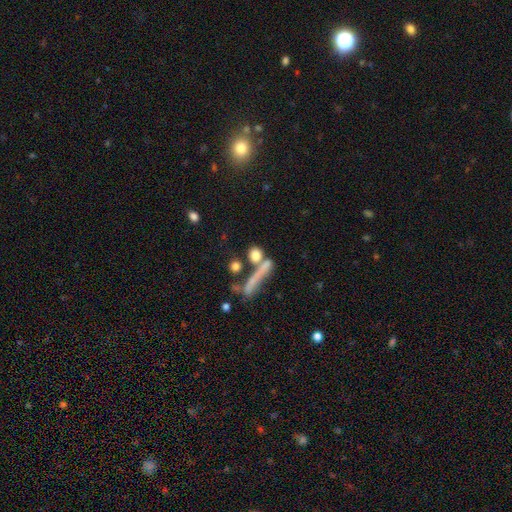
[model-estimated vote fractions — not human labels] A smooth galaxy with no disk features (71%) that is round (56%).

Vote fractions:
- Smooth or featured? smooth: 71% / featured or disk: 17% / star or artifact: 12%
- How rounded? round: 56% / in between: 23% / cigar-shaped: 21%
- Merging? none: 53% / merger: 25% / minor disturbance: 12% / major disturbance: 10%